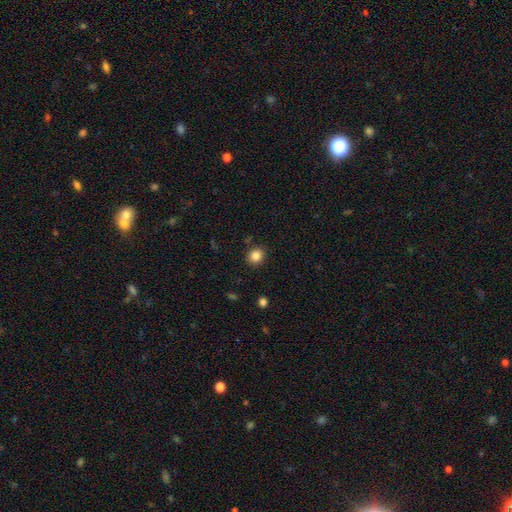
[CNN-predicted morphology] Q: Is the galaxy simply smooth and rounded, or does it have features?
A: smooth — 84%.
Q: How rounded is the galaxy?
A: round — 81%.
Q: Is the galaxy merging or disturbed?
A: none — 88%.